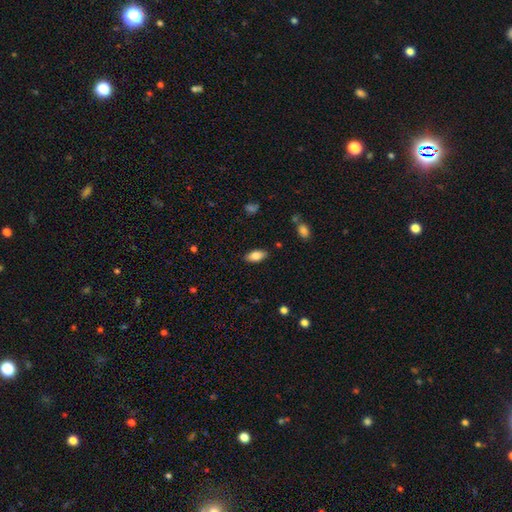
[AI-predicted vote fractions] This appears to be a smooth galaxy with no disk features (82%) that is in between round and cigar-shaped (88%). Merging: none (86%).